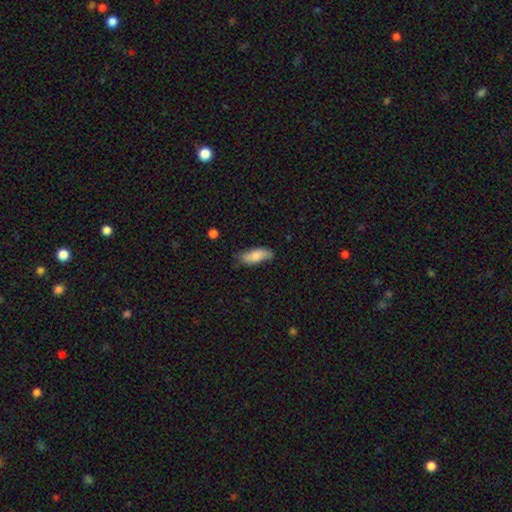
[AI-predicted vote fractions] A smooth galaxy with no disk features (76%) that is in between round and cigar-shaped (71%). Merging: none (66%).